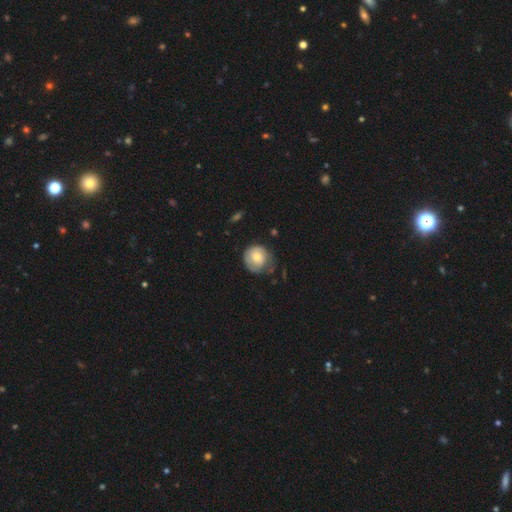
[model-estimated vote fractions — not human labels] A smooth galaxy with no disk features (63%) that is round (86%).

Vote fractions:
- Smooth or featured? smooth: 63% / featured or disk: 31% / star or artifact: 6%
- How rounded? round: 86% / in between: 13% / cigar-shaped: 1%
- Merging? none: 55% / minor disturbance: 31% / major disturbance: 13% / merger: 2%